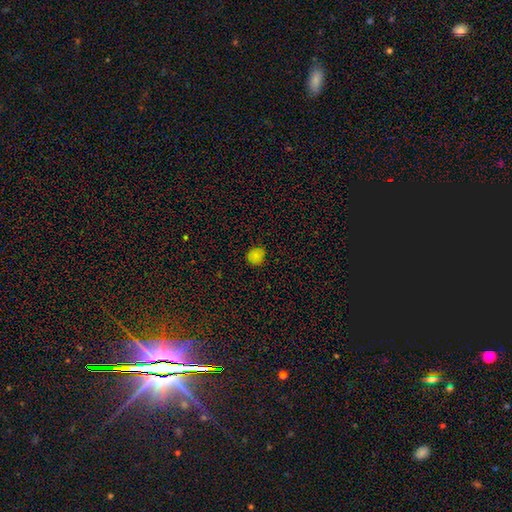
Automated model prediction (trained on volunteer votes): This is clearly a smooth galaxy (81%). How rounded: clearly round (87%). Merging: clearly none (86%).